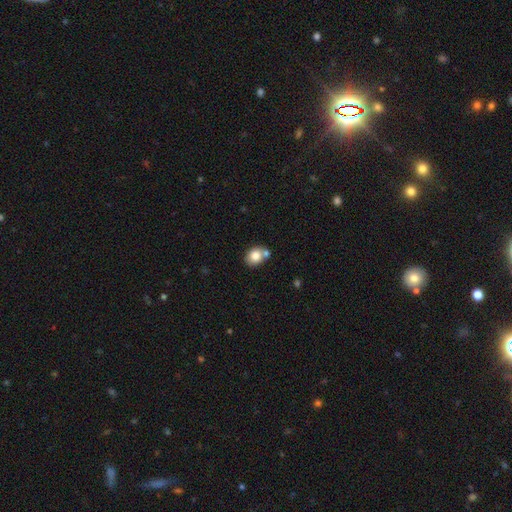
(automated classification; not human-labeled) Smooth or featured?
  - smooth: 80% *
  - featured or disk: 11%
  - star or artifact: 9%
How rounded?
  - round: 56% *
  - in between: 43%
  - cigar-shaped: 1%
Merging?
  - none: 56% *
  - merger: 28%
  - minor disturbance: 12%
  - major disturbance: 3%